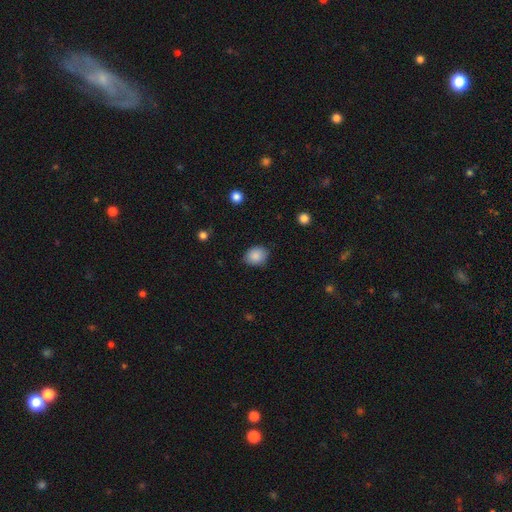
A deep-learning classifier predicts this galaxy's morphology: Smooth or featured?
  - smooth: 88% *
  - star or artifact: 8%
  - featured or disk: 4%
How rounded?
  - in between: 55% *
  - round: 44%
  - cigar-shaped: 1%
Merging?
  - none: 81% *
  - minor disturbance: 14%
  - major disturbance: 3%
  - merger: 1%